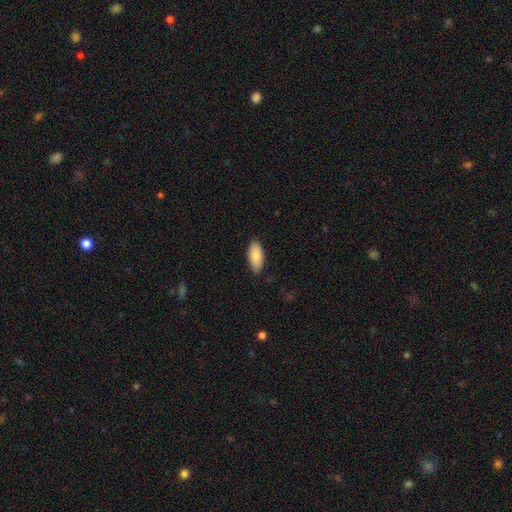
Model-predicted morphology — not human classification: Smooth or featured: smooth — 88% (featured or disk — 7%)
How rounded: in between — 89% (cigar-shaped — 10%)
Merging: none — 84% (minor disturbance — 12%)